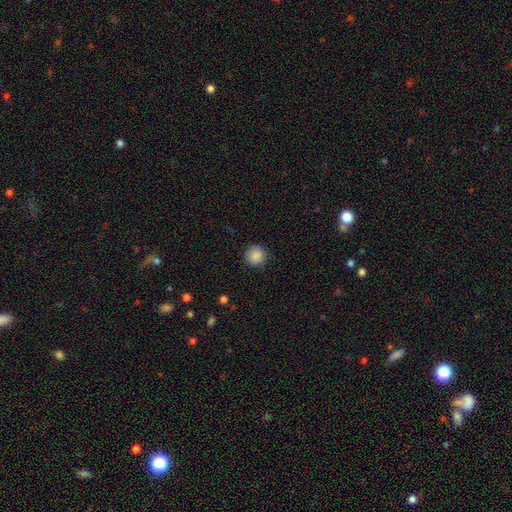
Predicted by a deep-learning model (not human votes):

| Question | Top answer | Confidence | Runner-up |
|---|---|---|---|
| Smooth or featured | smooth | 88% | star or artifact (9%) |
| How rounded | round | 94% | in between (5%) |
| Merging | none | 90% | minor disturbance (7%) |